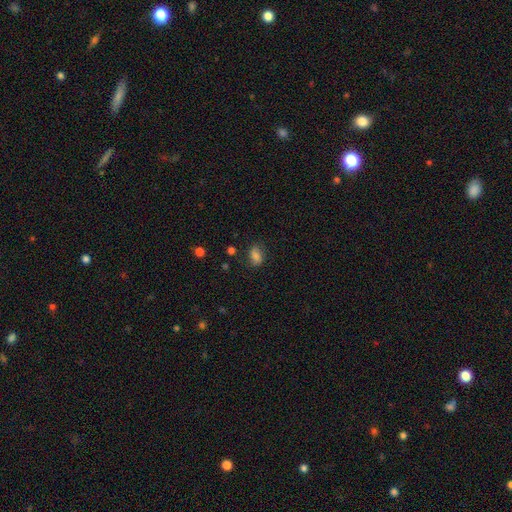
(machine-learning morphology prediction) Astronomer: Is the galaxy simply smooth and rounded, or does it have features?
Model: smooth — 77%.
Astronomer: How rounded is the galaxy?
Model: in between — 79%.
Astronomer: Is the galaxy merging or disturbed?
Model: none — 72%.